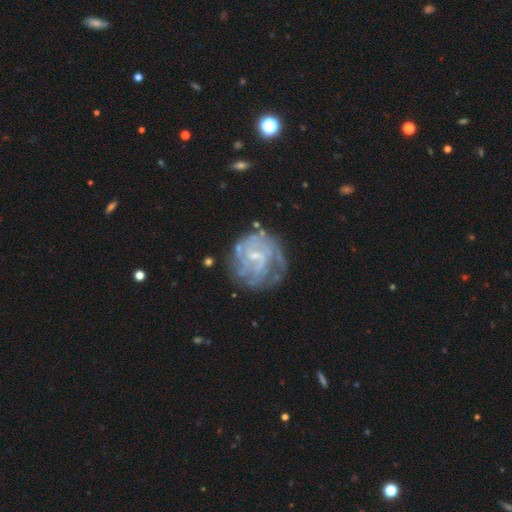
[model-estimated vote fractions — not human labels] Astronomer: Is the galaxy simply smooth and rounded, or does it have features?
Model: featured or disk — 81%.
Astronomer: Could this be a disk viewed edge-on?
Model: no — 98%.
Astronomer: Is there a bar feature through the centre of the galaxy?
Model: weak — 56% (runner-up: no, 32%).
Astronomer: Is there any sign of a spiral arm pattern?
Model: yes — 84%.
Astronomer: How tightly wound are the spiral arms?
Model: tight — 57%.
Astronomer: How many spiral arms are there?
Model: can't tell — 47%.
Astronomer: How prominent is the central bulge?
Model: small — 57%.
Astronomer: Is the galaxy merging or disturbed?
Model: none — 60%.